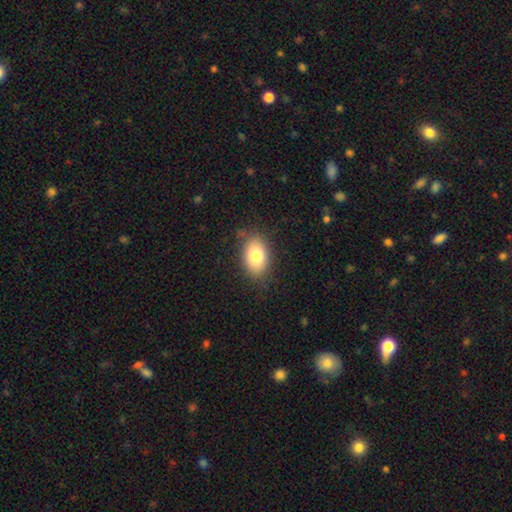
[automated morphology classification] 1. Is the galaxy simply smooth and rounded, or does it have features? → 79% smooth, 12% featured or disk, 8% star or artifact.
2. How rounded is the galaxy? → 88% in between, 11% round, 1% cigar-shaped.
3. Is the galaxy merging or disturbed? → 82% none, 14% minor disturbance, 4% major disturbance, 1% merger.